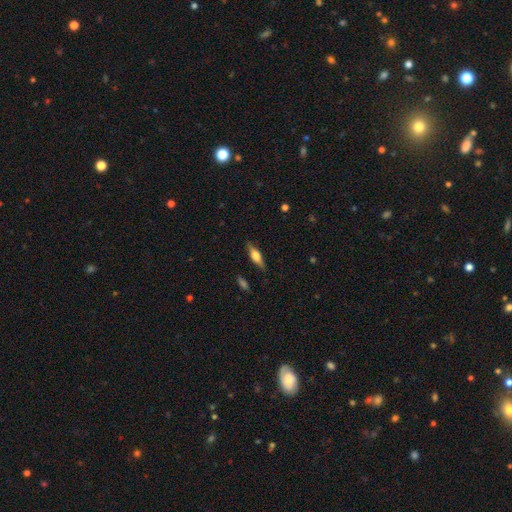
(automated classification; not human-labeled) smooth_or_featured: smooth (p=0.49) [alt: featured or disk p=0.44]
merging: none (p=0.84) [alt: minor disturbance p=0.12]